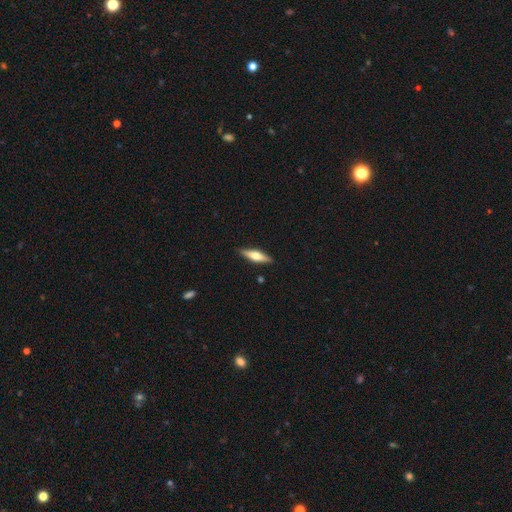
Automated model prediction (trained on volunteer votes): Morphology: type=featured or disk (50%); edge-on=yes (94%); merging=none (89%).